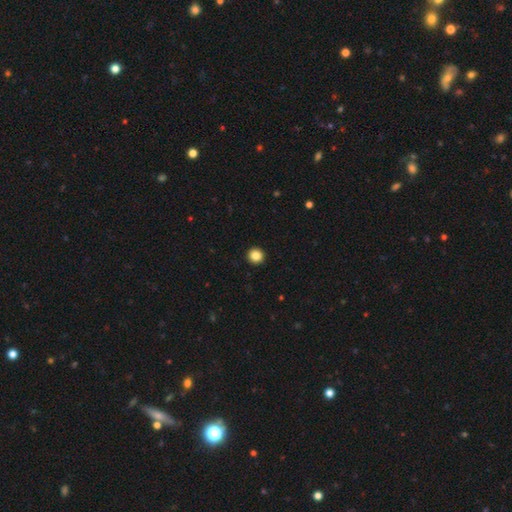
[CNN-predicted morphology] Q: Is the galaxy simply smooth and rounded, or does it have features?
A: smooth — 86%.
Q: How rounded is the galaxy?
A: round — 95%.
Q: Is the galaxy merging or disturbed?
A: none — 94%.